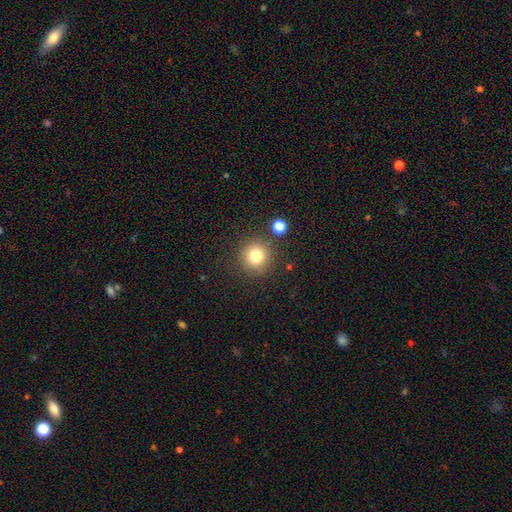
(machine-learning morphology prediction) Smooth or featured?
  - smooth: 79% *
  - star or artifact: 13%
  - featured or disk: 8%
How rounded?
  - round: 94% *
  - in between: 5%
  - cigar-shaped: 1%
Merging?
  - none: 85% *
  - minor disturbance: 8%
  - merger: 5%
  - major disturbance: 3%